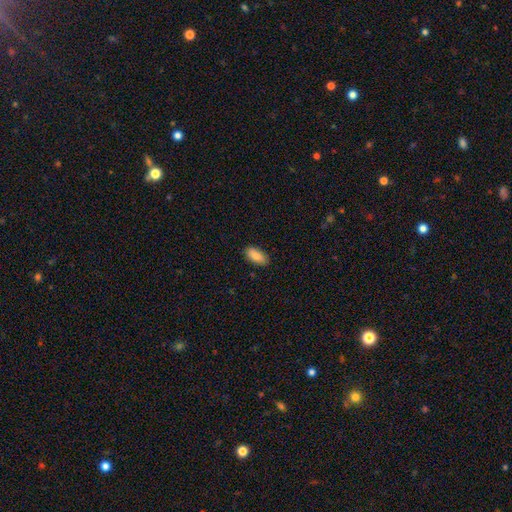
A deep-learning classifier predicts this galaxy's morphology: Smooth or featured? smooth (88%)
How rounded? in between (90%)
Merging? none (86%)